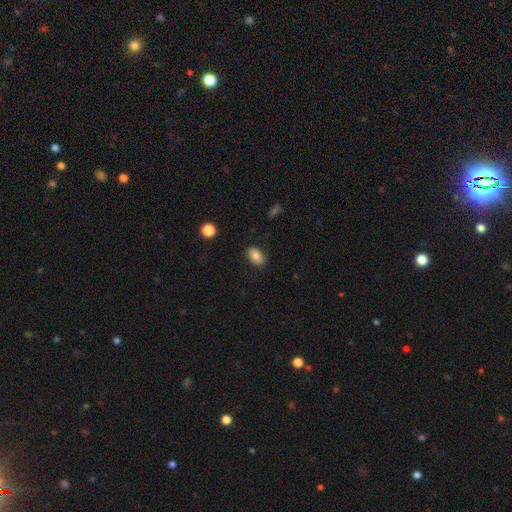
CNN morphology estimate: Q: Smooth or featured?
A: smooth (83%); runner-up: featured or disk (9%)
Q: How rounded?
A: in between (89%); runner-up: round (9%)
Q: Merging?
A: none (86%); runner-up: minor disturbance (10%)